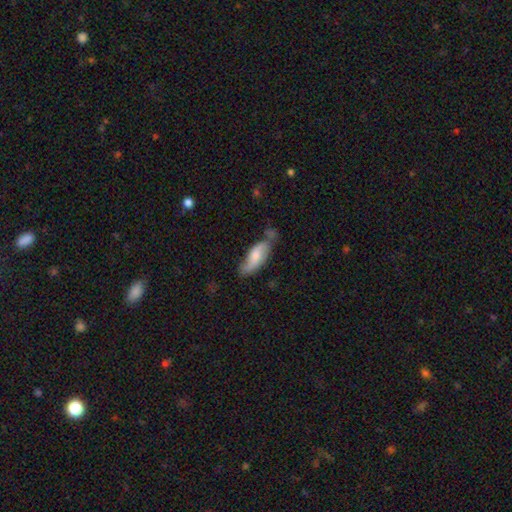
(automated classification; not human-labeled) This appears to be a smooth galaxy with no disk features (62%) that is in between round and cigar-shaped (72%). Merging: none (50%).